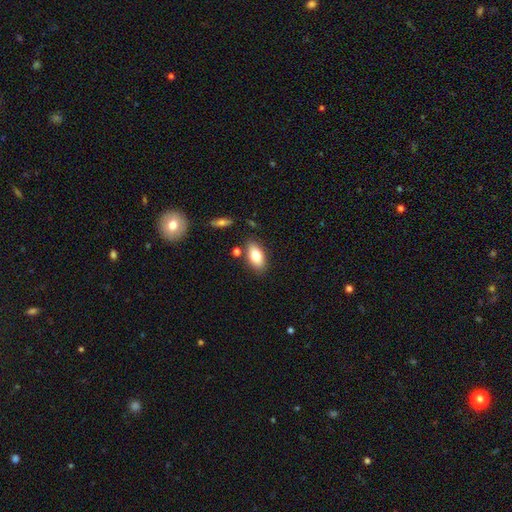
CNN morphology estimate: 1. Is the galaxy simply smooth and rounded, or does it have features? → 79% smooth, 14% featured or disk, 7% star or artifact.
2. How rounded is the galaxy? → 90% in between, 7% cigar-shaped, 3% round.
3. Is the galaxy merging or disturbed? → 80% none, 12% minor disturbance, 5% merger, 3% major disturbance.